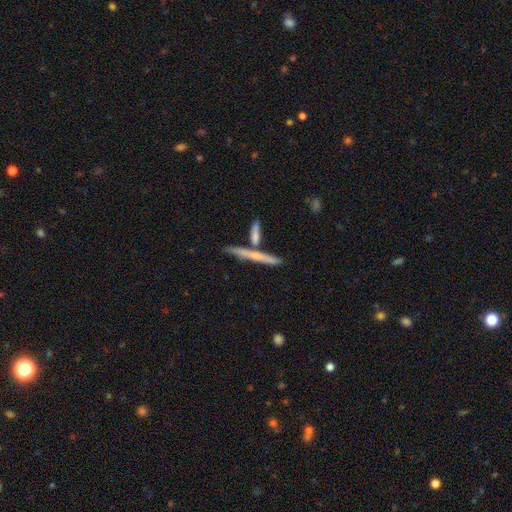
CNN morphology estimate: This appears to be a smooth galaxy with no disk features (48%). Merging: none (66%).